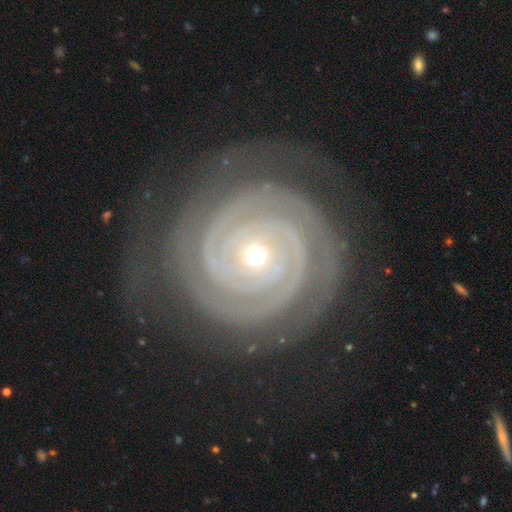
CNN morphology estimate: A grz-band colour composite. It shows a featured or disk galaxy (93%) with no bar (71%), 2 (65%) tight (92%) spiral arms (99%) and a small central bulge (60%). Merging: none (82%).